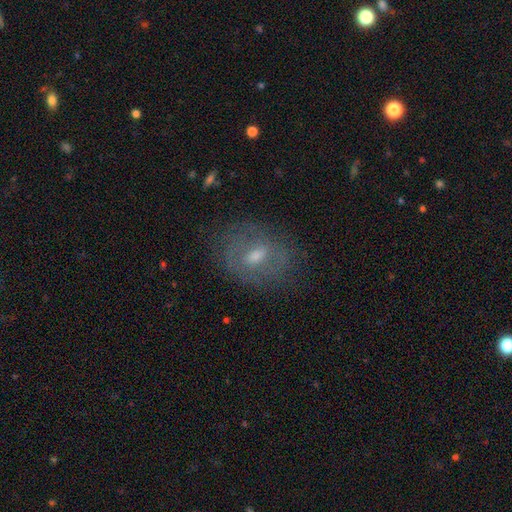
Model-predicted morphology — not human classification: The model was most divided on "smooth or featured": featured or disk: 53%, smooth: 33%, star or artifact: 14%. More confident: edge-on disk — no (92%); merging — none (76%).